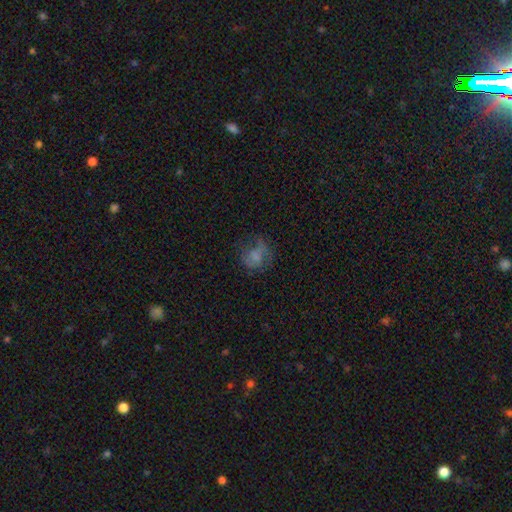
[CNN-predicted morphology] Smooth or featured? smooth (45%)
Merging? none (50%)